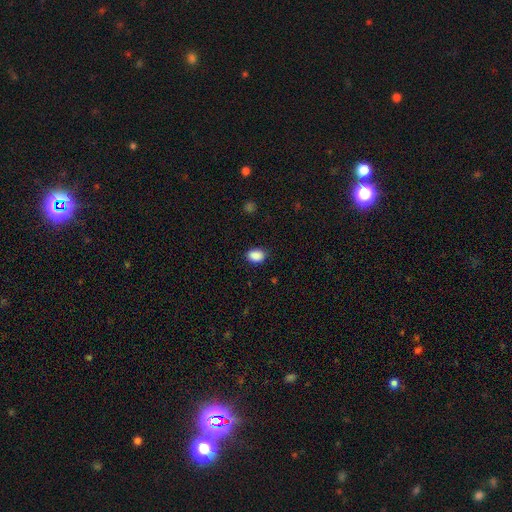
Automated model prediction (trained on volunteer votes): This is clearly a smooth galaxy (89%). How rounded: likely in between (71%). Merging: clearly none (85%).